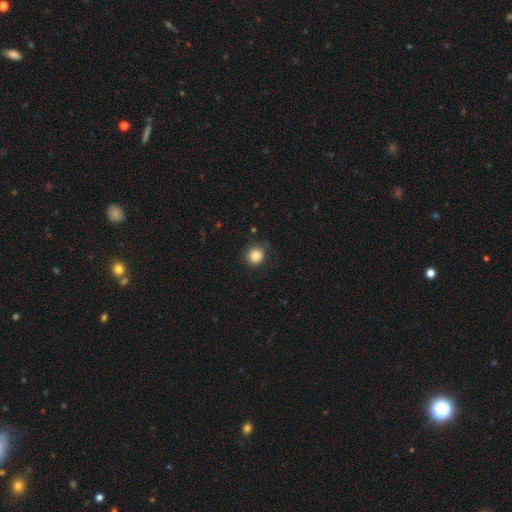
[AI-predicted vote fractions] Overall: smooth (86%). How rounded: round (90%). Merging: none (80%).